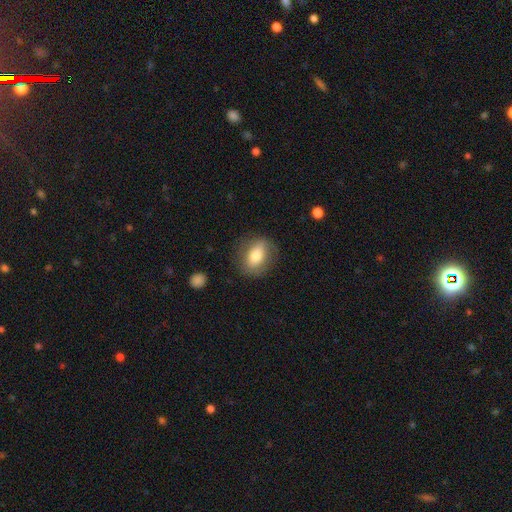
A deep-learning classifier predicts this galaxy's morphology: The model was most divided on "how rounded": in between: 70%, round: 26%, cigar-shaped: 3%. More confident: merging — none (78%); smooth or featured — smooth (70%).